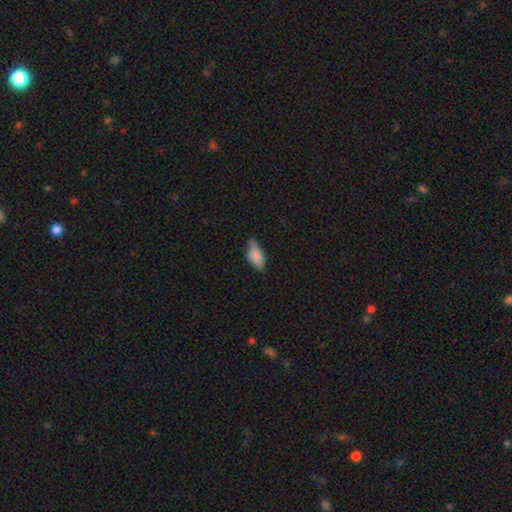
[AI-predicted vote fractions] Smooth or featured: smooth — 78% (featured or disk — 14%)
How rounded: in between — 89% (cigar-shaped — 8%)
Merging: none — 44% (tied with minor disturbance — 44%)